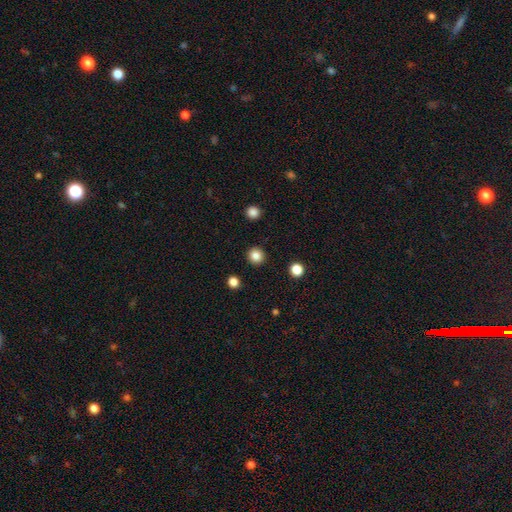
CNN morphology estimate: A smooth galaxy with no disk features (85%) that is round (94%).

Vote fractions:
- Smooth or featured? smooth: 85% / star or artifact: 11% / featured or disk: 3%
- How rounded? round: 94% / in between: 5% / cigar-shaped: 1%
- Merging? none: 93% / minor disturbance: 4% / major disturbance: 2% / merger: 1%